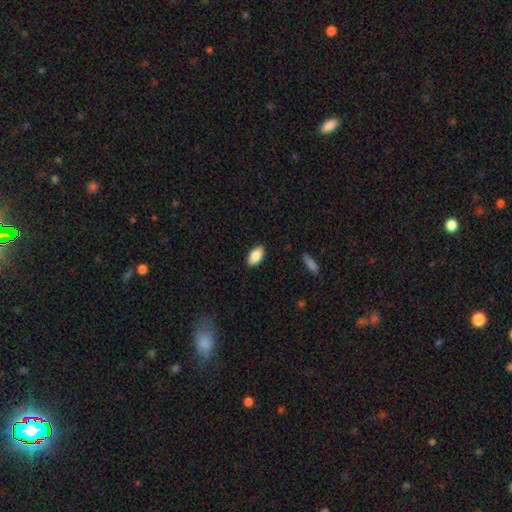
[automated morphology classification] The model was most divided on "smooth or featured": smooth: 85%, featured or disk: 8%, star or artifact: 7%. More confident: how rounded — in between (92%); merging — none (88%).